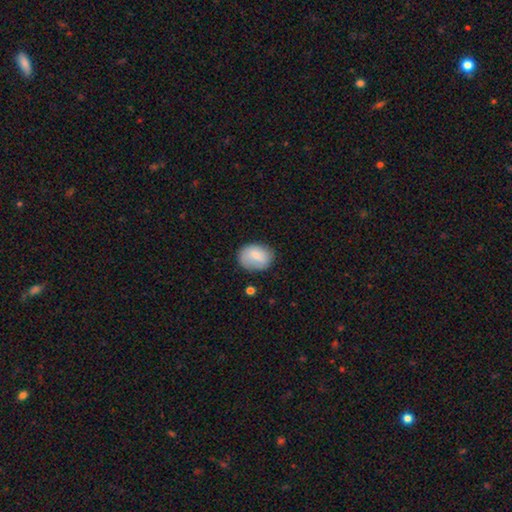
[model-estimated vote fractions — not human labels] Morphology: type=smooth (75%); roundness=in between (58%); merging=none (72%).